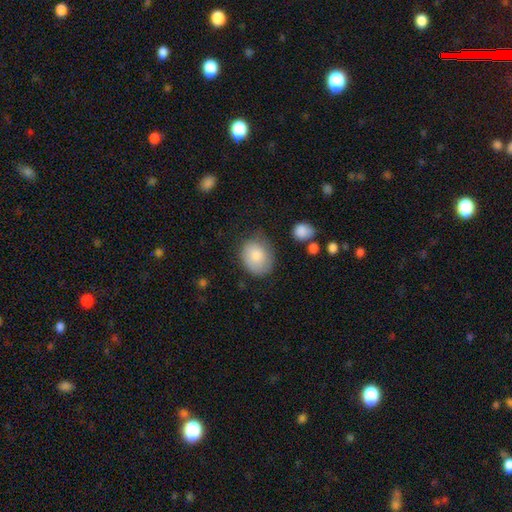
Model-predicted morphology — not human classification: Overall: smooth (82%). How rounded: round (50%, tied with in between). Merging: none (61%; minor disturbance 27%).